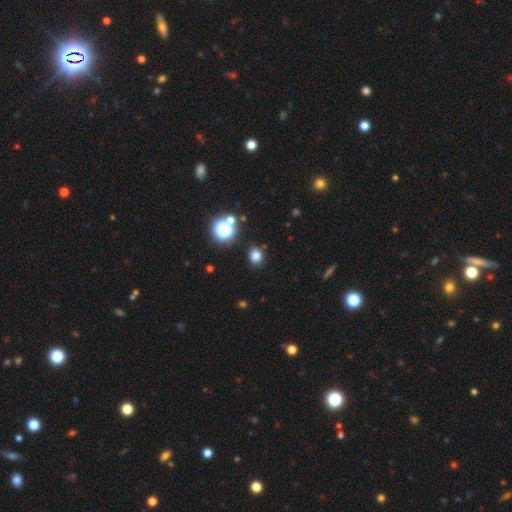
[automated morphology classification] smooth-or-featured: smooth: 77% | star or artifact: 18% | featured or disk: 5%
  how-rounded: round: 74% | in between: 25% | cigar-shaped: 1%
  merging: none: 88% | minor disturbance: 7% | major disturbance: 3% | merger: 2%